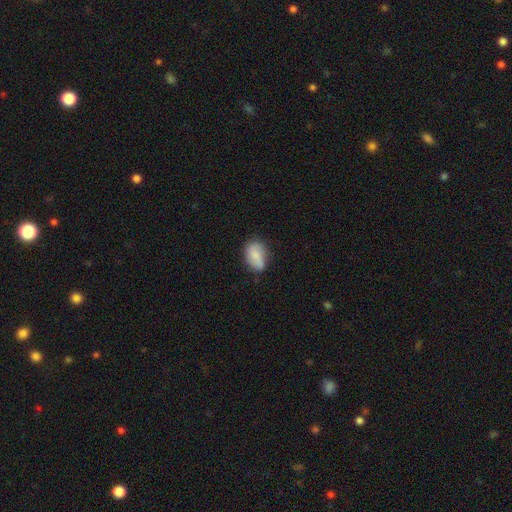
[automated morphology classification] A smooth galaxy with no disk features (77%) that is in between round and cigar-shaped (86%).

Vote fractions:
- Smooth or featured? smooth: 77% / featured or disk: 15% / star or artifact: 7%
- How rounded? in between: 86% / round: 12% / cigar-shaped: 2%
- Merging? none: 61% / minor disturbance: 29% / major disturbance: 6% / merger: 4%